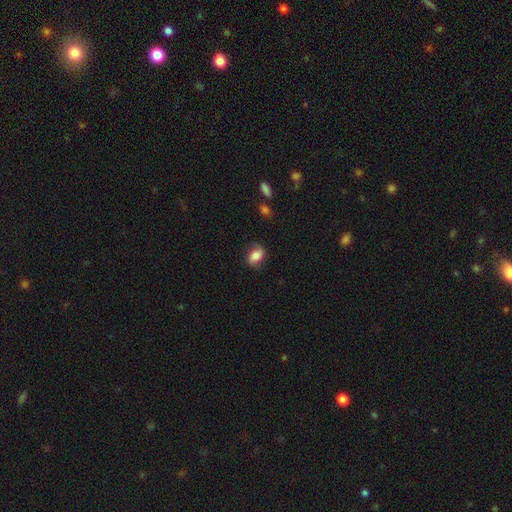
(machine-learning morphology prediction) type=smooth (69%); roundness=in between (78%); merging=none (70%).